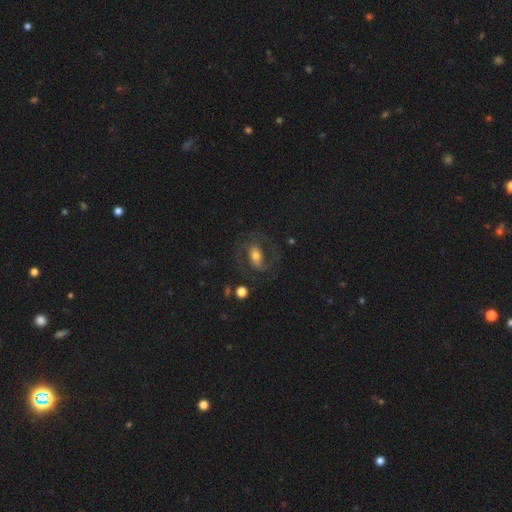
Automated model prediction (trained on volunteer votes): featured or disk 60%, smooth 32%, star or artifact 9%. Down the decision tree: edge-on disk — no (95%); bar — weak (35%, tied with no); spiral arms — yes (75%); bulge size — moderate (62%); merging — none (65%).